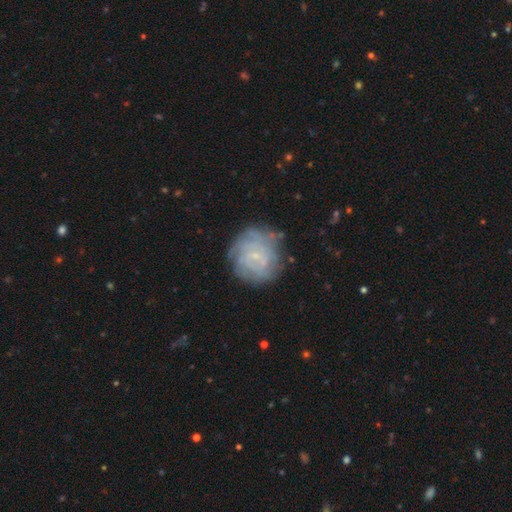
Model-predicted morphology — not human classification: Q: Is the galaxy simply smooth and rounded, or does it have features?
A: featured or disk — 63%.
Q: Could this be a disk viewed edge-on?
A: no — 97%.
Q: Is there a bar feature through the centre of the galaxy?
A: no — 63%.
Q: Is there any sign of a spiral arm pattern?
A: yes — 75%.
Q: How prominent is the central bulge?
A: small — 80%.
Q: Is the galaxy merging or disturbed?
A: none — 73%.